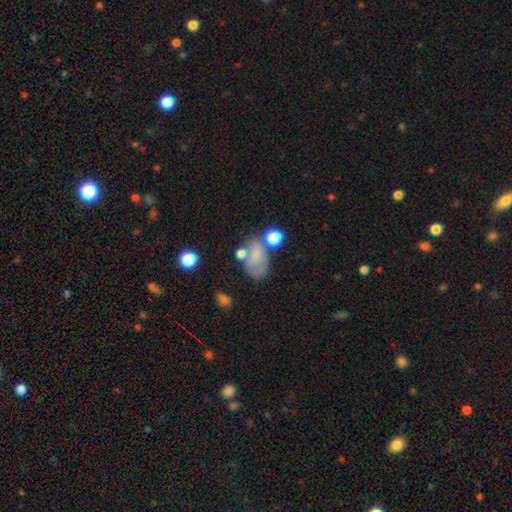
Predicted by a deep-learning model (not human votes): smooth 62%, featured or disk 25%, star or artifact 13%. Down the decision tree: how rounded — in between (84%); merging — none (37%).